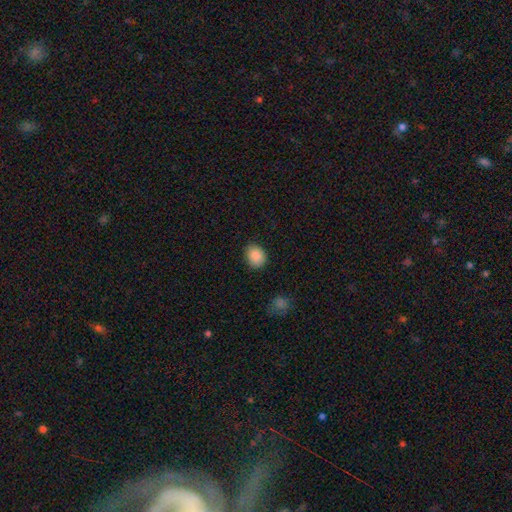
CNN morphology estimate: Overall: smooth (88%). How rounded: round (54%; in between 45%). Merging: none (84%).